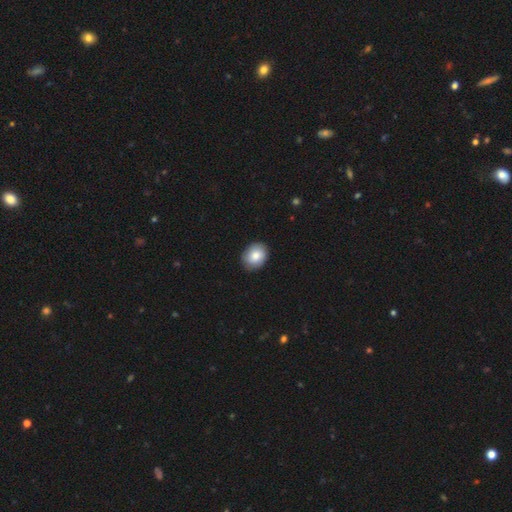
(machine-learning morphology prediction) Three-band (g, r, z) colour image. It shows a smooth galaxy with no disk features (82%) that is in between round and cigar-shaped (56%). Merging: none (87%).